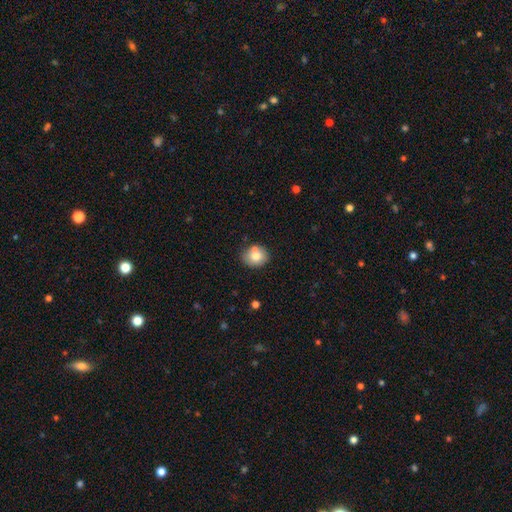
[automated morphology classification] This is likely a smooth galaxy (77%). How rounded: likely round (66%). Merging: likely none (70%).